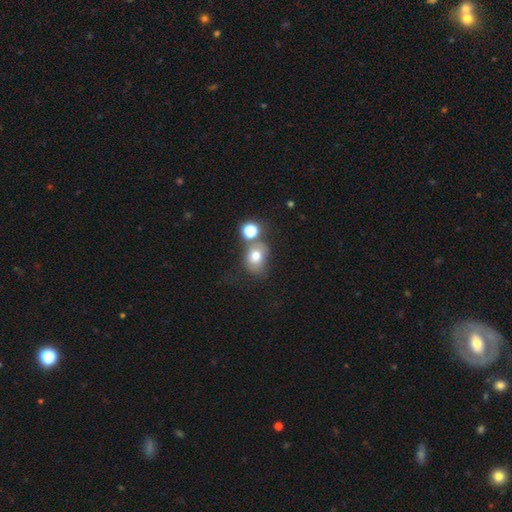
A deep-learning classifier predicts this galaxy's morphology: smooth_or_featured: smooth (p=0.70) [alt: featured or disk p=0.17]
how_rounded: in between (p=0.53) [alt: round p=0.46]
merging: none (p=0.45) [alt: merger p=0.25]